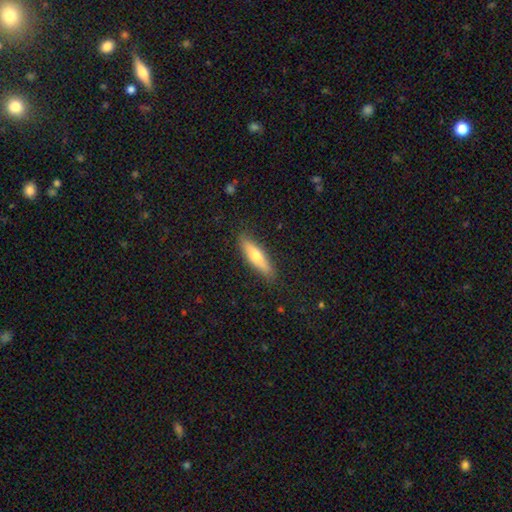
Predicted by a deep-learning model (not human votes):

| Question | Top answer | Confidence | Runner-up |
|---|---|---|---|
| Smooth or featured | smooth | 62% | featured or disk (33%) |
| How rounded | cigar-shaped | 69% | in between (29%) |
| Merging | none | 87% | minor disturbance (10%) |